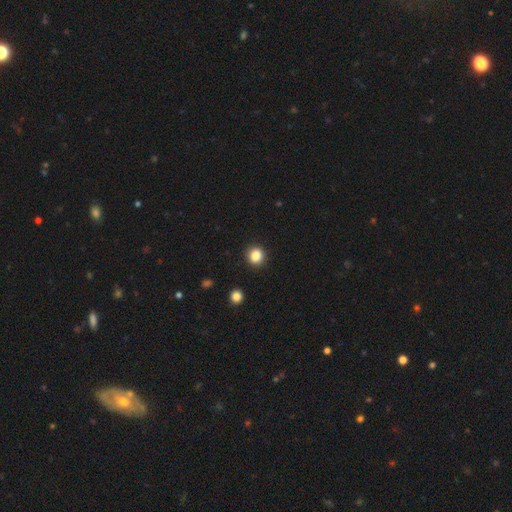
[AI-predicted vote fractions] The model was most divided on "smooth or featured": smooth: 85%, star or artifact: 11%, featured or disk: 4%. More confident: merging — none (92%); how rounded — round (88%).